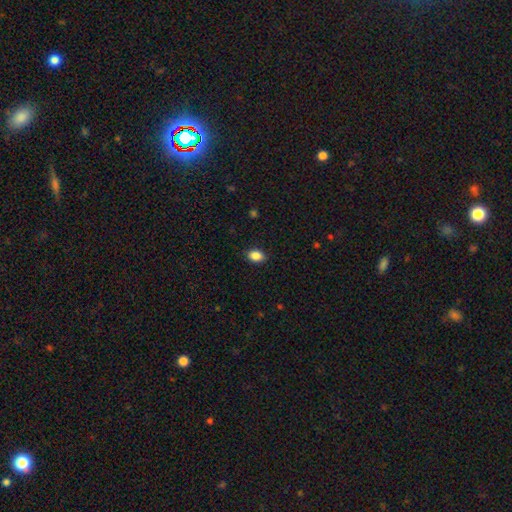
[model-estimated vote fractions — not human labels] A smooth galaxy with no disk features (88%) that is in between round and cigar-shaped (78%). Merging: none (88%).